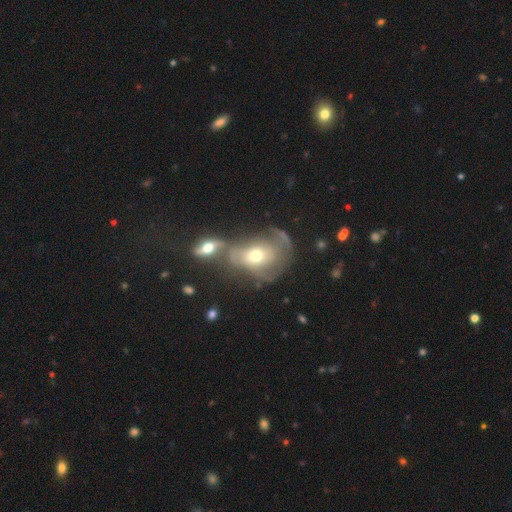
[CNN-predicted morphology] Overall: featured or disk (52%; smooth 38%). Edge-on disk: no (94%). Merging: merger (52%; none 18%).